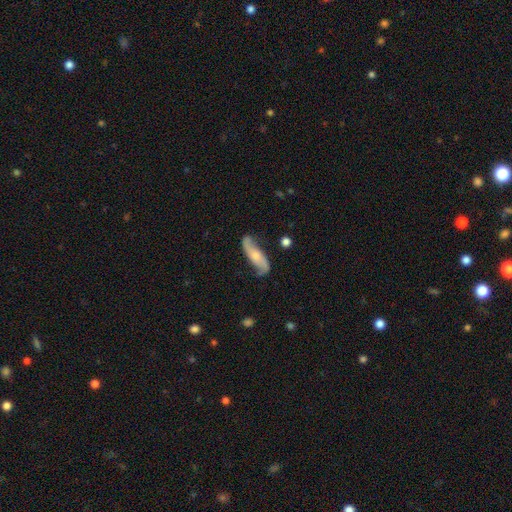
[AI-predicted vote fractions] Smooth or featured? featured or disk (66%)
Edge-on disk? no (84%)
Bar? no (65%)
Spiral arms? yes (92%)
Spiral winding? loose (72%)
Spiral arm count? 2 (90%)
Bulge size? small (51%)
Merging? none (70%)